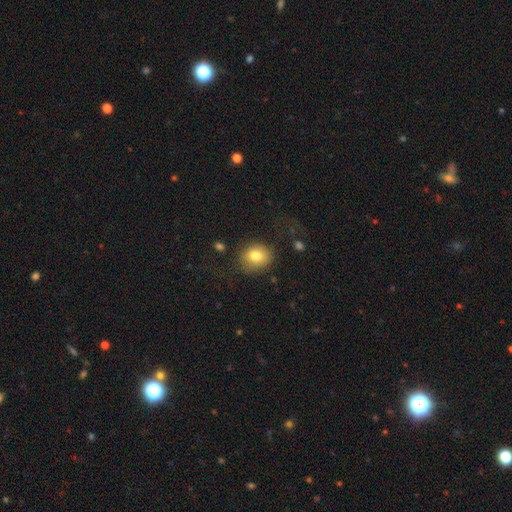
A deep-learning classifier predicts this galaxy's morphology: A smooth galaxy with no disk features (80%) that is round (63%).

Vote fractions:
- Smooth or featured? smooth: 80% / featured or disk: 11% / star or artifact: 10%
- How rounded? round: 63% / in between: 36% / cigar-shaped: 1%
- Merging? none: 73% / minor disturbance: 15% / major disturbance: 10% / merger: 2%